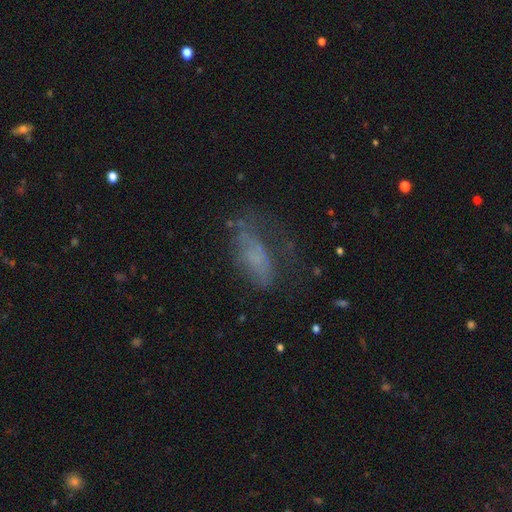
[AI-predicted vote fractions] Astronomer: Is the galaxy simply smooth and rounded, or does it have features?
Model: smooth — 48% (runner-up: featured or disk, 35%).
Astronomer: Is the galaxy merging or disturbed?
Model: none — 37% (runner-up: major disturbance, 36%).